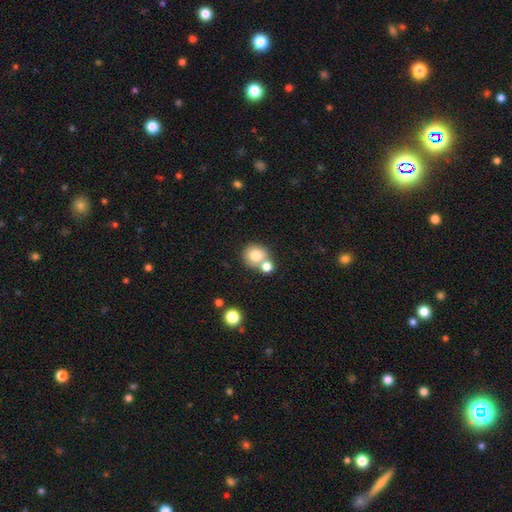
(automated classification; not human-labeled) Q: Smooth or featured?
A: smooth (78%); runner-up: featured or disk (12%)
Q: How rounded?
A: round (84%); runner-up: in between (15%)
Q: Merging?
A: none (53%); runner-up: merger (35%)